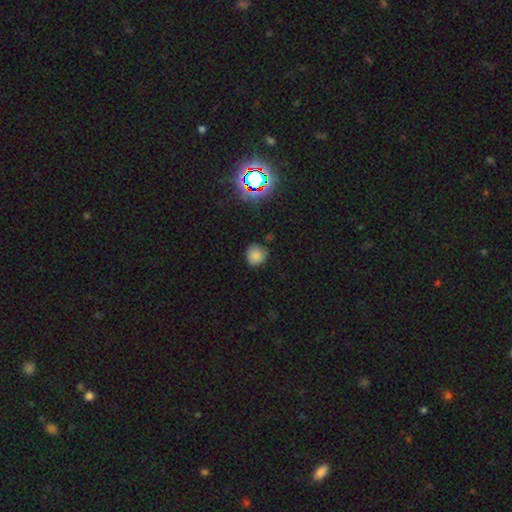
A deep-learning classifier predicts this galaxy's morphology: Smooth or featured?
  - smooth: 79% *
  - star or artifact: 14%
  - featured or disk: 7%
How rounded?
  - round: 87% *
  - in between: 12%
  - cigar-shaped: 1%
Merging?
  - none: 75% *
  - minor disturbance: 18%
  - major disturbance: 4%
  - merger: 3%